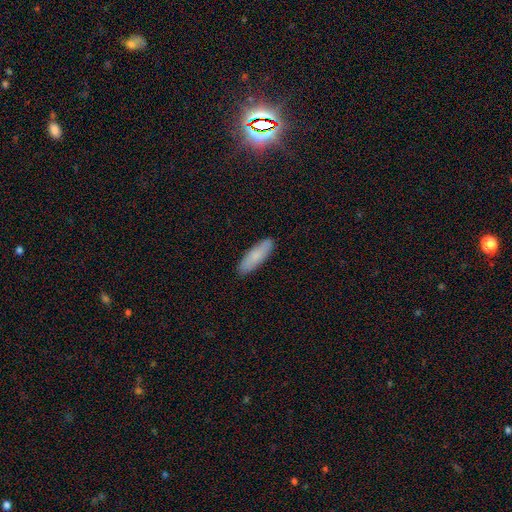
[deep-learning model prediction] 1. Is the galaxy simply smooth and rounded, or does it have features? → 81% smooth, 13% featured or disk, 6% star or artifact.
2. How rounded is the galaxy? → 53% cigar-shaped, 45% in between, 2% round.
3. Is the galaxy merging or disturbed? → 89% none, 8% minor disturbance, 2% major disturbance, 1% merger.